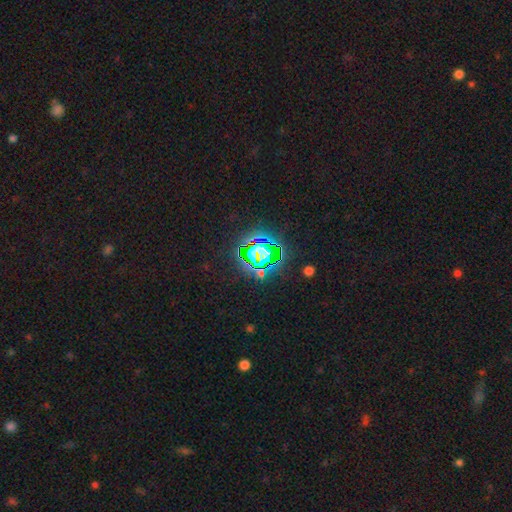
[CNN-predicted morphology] A star or artifact, not a galaxy (76%).